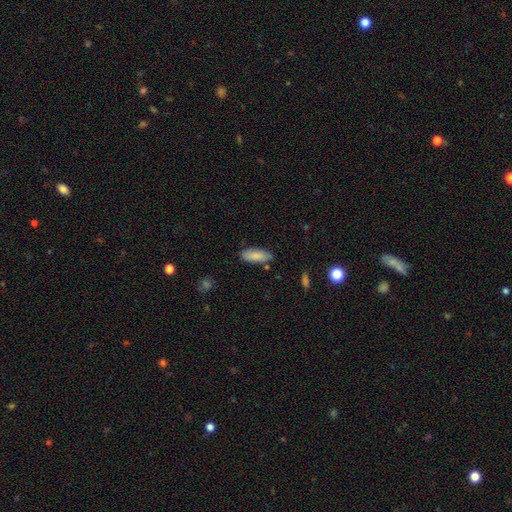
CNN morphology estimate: This appears to be a smooth galaxy with no disk features (86%) that is in between round and cigar-shaped (73%). Merging: none (81%).